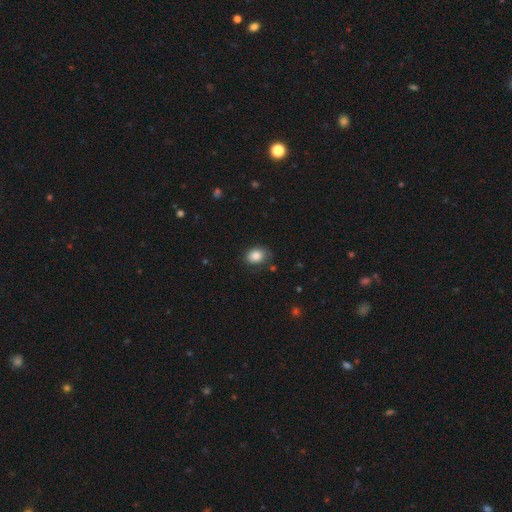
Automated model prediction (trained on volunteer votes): Smooth or featured? Predicted: smooth (p=0.84). How rounded? Predicted: in between (p=0.59). Merging? Predicted: none (p=0.67).